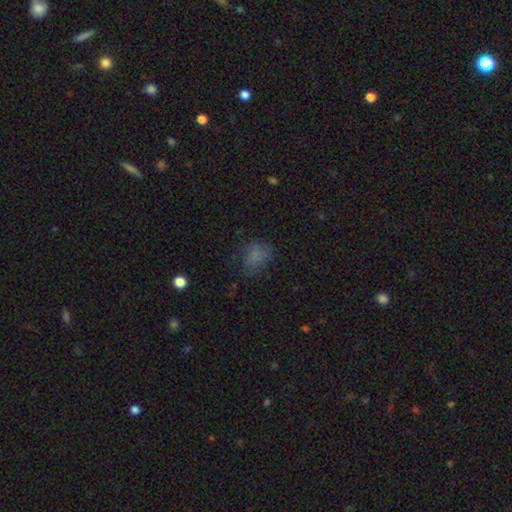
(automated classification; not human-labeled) The model was most divided on "how rounded": in between: 59%, round: 39%, cigar-shaped: 2%. More confident: smooth or featured — smooth (69%); merging — none (55%).